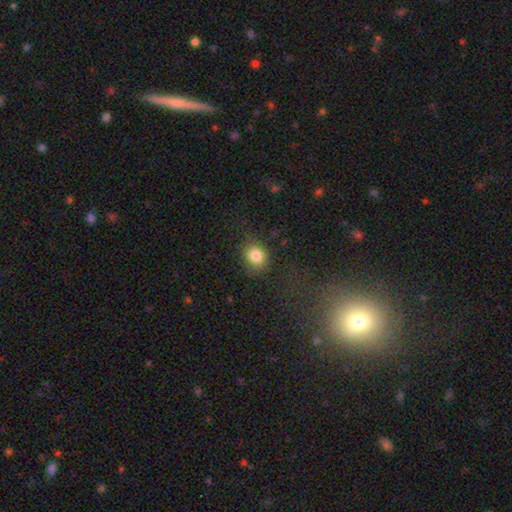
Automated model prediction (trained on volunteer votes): smooth 83%, star or artifact 10%, featured or disk 7%. Down the decision tree: how rounded — round (71%); merging — none (71%).